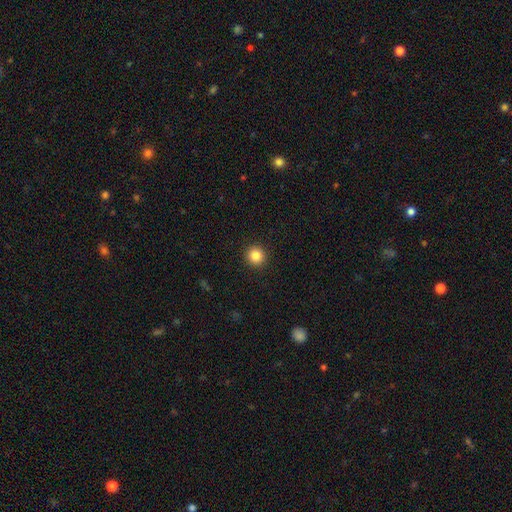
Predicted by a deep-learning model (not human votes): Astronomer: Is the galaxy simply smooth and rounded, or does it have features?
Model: smooth — 85%.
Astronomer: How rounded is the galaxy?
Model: round — 94%.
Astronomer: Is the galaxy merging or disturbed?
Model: none — 93%.